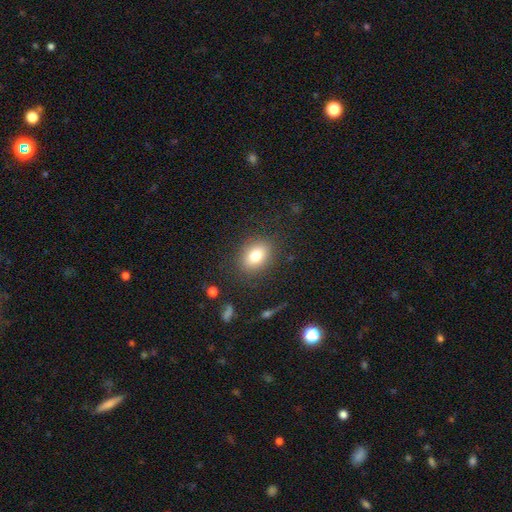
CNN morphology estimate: Smooth or featured? smooth (79%)
How rounded? in between (67%)
Merging? none (84%)